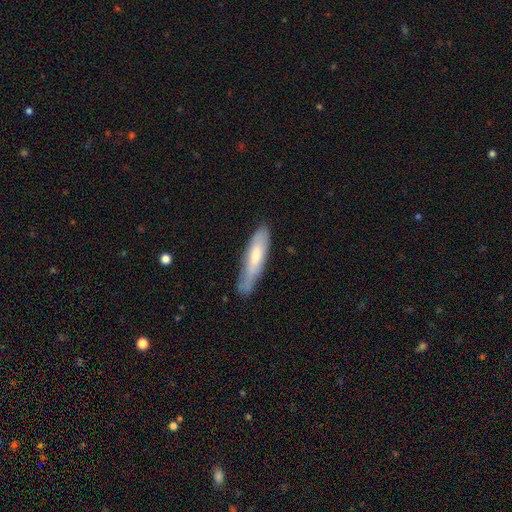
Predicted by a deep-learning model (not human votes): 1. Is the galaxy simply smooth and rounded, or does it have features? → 67% smooth, 28% featured or disk, 6% star or artifact.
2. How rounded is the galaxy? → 77% cigar-shaped, 22% in between, 1% round.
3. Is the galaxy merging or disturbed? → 67% none, 25% minor disturbance, 6% major disturbance, 2% merger.